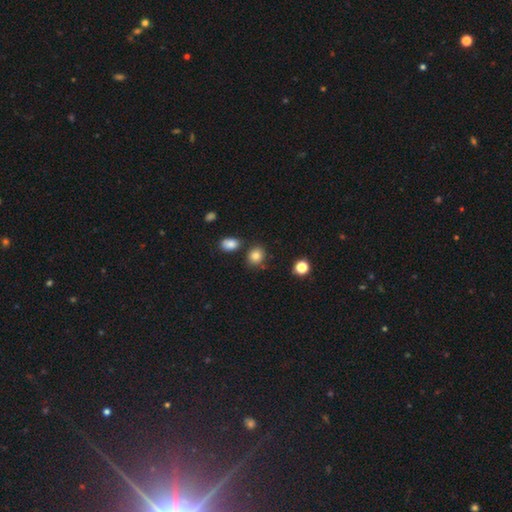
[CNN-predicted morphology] Smooth or featured?
  - smooth: 83% *
  - star or artifact: 11%
  - featured or disk: 6%
How rounded?
  - round: 67% *
  - in between: 32%
  - cigar-shaped: 1%
Merging?
  - none: 77% *
  - minor disturbance: 12%
  - merger: 8%
  - major disturbance: 3%